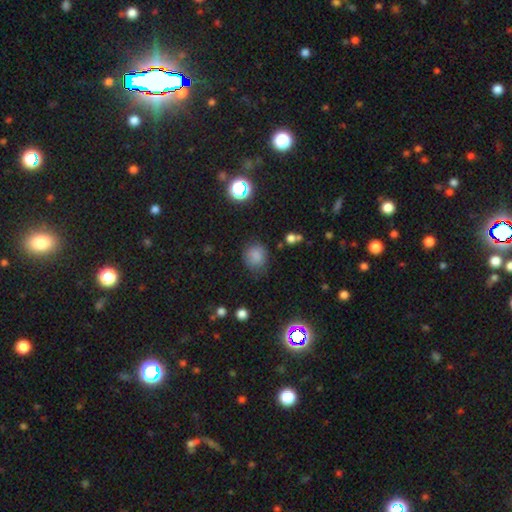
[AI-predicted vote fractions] A smooth galaxy with no disk features (79%) that is round (78%). Merging: none (73%).